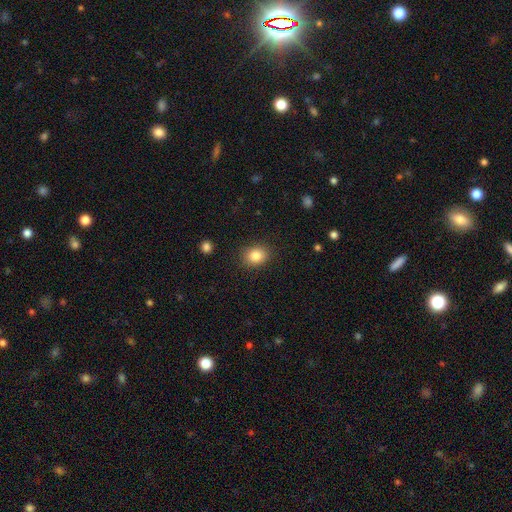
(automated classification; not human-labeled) A smooth galaxy with no disk features (84%) that is round (55%). Merging: none (87%).